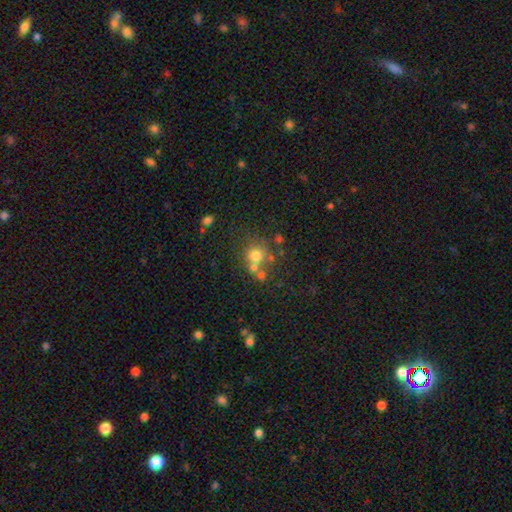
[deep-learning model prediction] Q: Smooth or featured?
A: smooth (66%); runner-up: star or artifact (17%)
Q: How rounded?
A: round (87%); runner-up: in between (12%)
Q: Merging?
A: none (54%); runner-up: merger (28%)